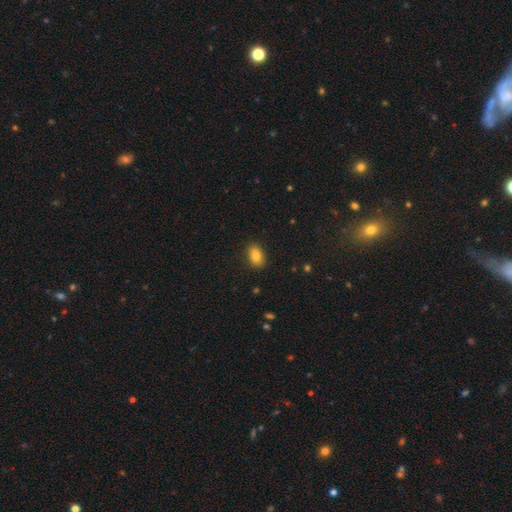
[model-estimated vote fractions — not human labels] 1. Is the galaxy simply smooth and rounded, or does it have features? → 84% smooth, 9% star or artifact, 8% featured or disk.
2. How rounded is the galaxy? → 87% in between, 11% round, 2% cigar-shaped.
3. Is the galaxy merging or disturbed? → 87% none, 10% minor disturbance, 2% major disturbance, 1% merger.